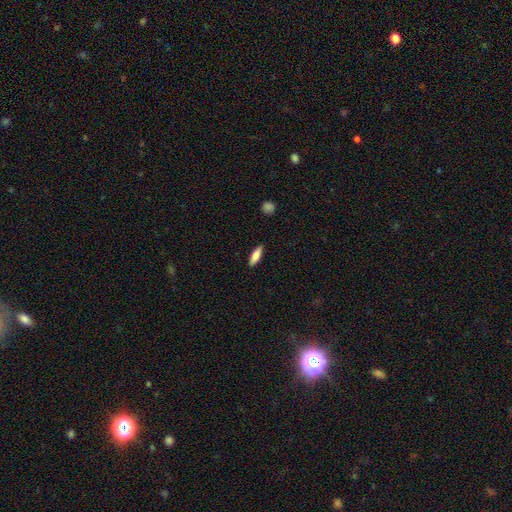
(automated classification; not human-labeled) This appears to be a smooth galaxy with no disk features (77%) that is cigar-shaped (52%). Merging: none (88%).